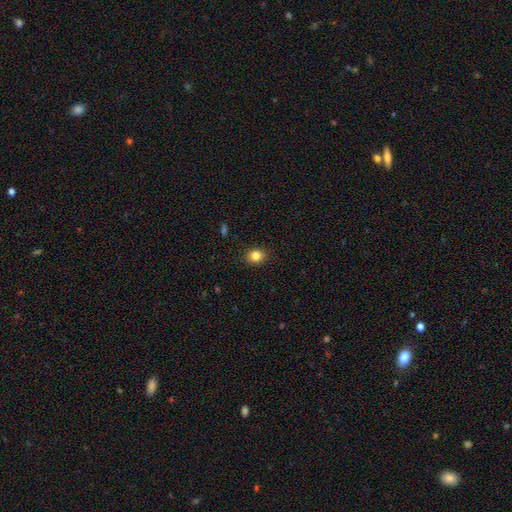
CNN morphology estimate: type=smooth (84%); roundness=round (60%); merging=none (89%).